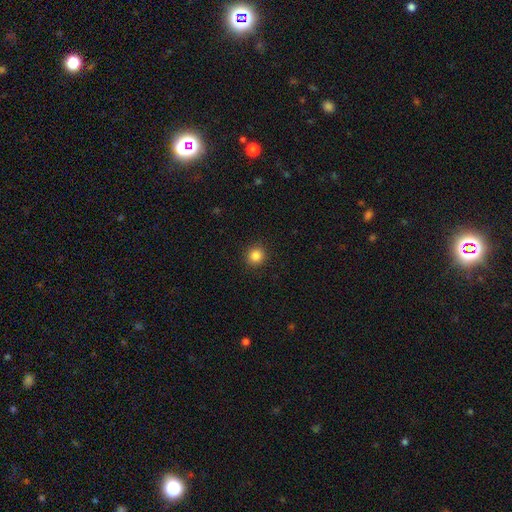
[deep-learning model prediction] This appears to be a smooth galaxy with no disk features (86%) that is round (91%). Merging: none (92%).